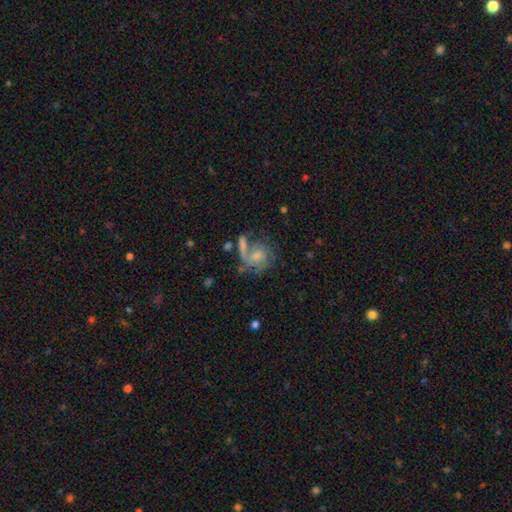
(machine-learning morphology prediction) Smooth or featured? featured or disk (58%)
Edge-on disk? no (97%)
Bar? no (73%)
Spiral arms? yes (77%)
Bulge size? moderate (41%)
Merging? none (40%)